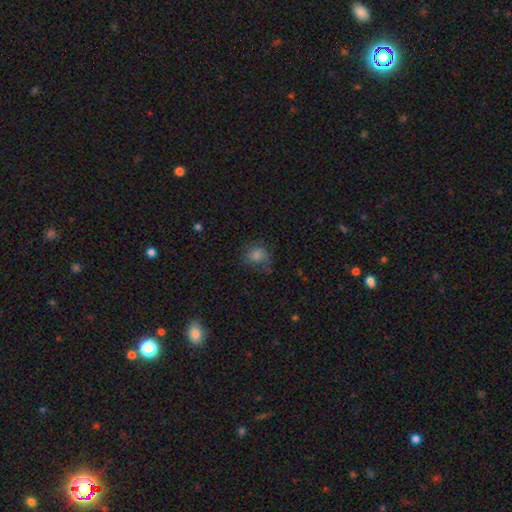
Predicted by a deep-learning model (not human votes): smooth_or_featured: smooth (p=0.69) [alt: star or artifact p=0.18]
how_rounded: round (p=0.61) [alt: in between p=0.38]
merging: none (p=0.55) [alt: minor disturbance p=0.25]